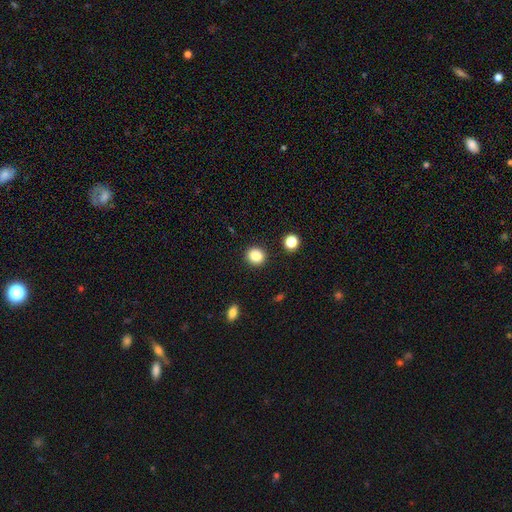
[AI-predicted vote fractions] Q: Smooth or featured?
A: smooth (86%); runner-up: star or artifact (10%)
Q: How rounded?
A: round (86%); runner-up: in between (13%)
Q: Merging?
A: none (90%); runner-up: minor disturbance (6%)